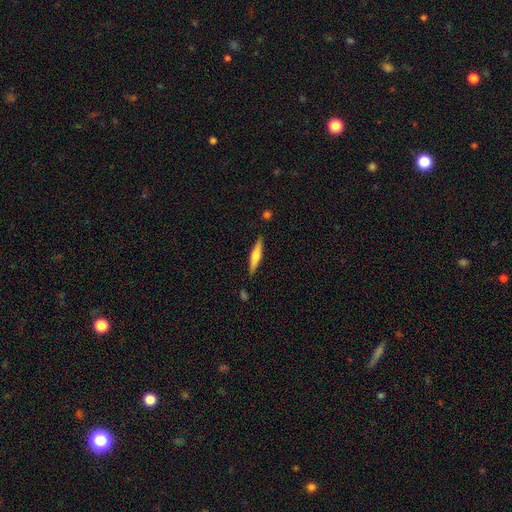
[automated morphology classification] Smooth or featured: smooth — 51% (featured or disk — 43%)
How rounded: cigar-shaped — 86% (in between — 13%)
Merging: none — 88% (minor disturbance — 9%)